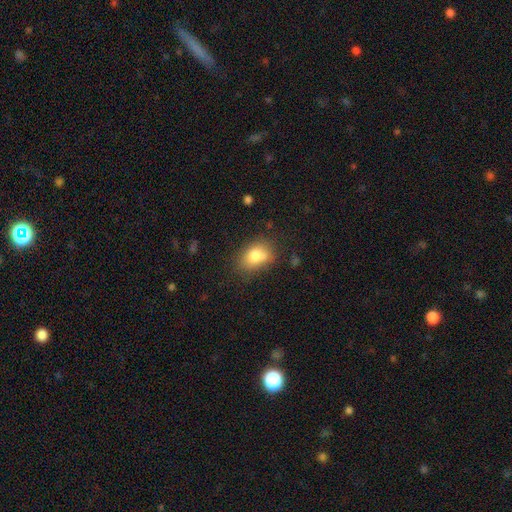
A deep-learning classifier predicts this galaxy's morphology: Smooth or featured? Predicted: smooth (p=0.79). How rounded? Predicted: in between (p=0.75). Merging? Predicted: none (p=0.59).